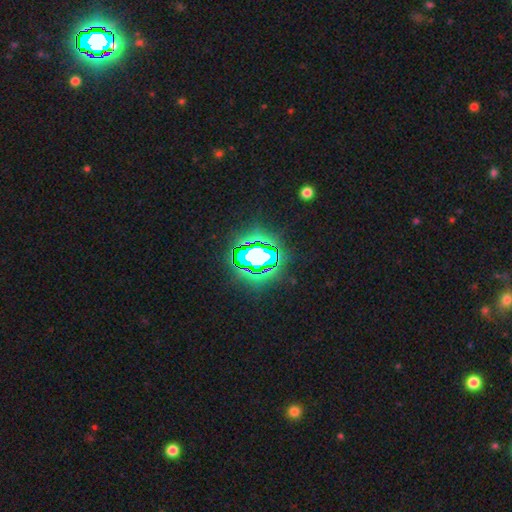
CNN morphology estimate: This is likely a star or artifact rather than a galaxy (70%).